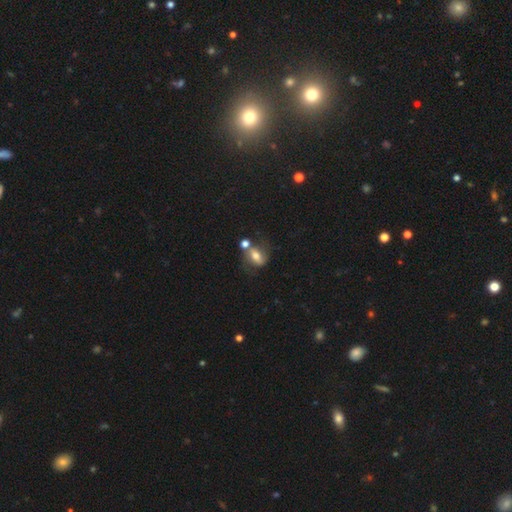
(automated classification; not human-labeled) This is possibly a smooth galaxy (53%). How rounded: likely in between (72%). Merging: marginally none (41%).